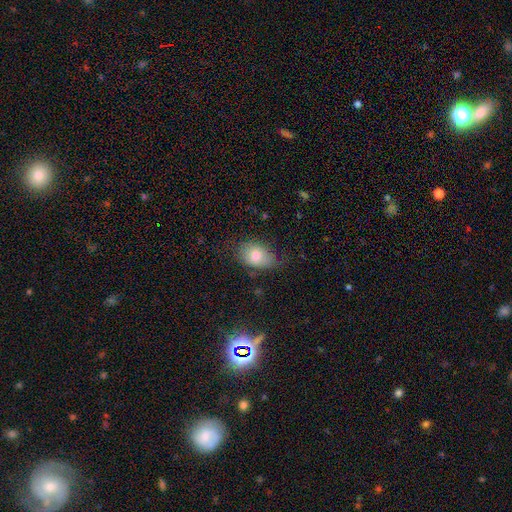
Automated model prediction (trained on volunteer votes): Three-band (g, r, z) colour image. It shows a smooth galaxy with no disk features (78%) that is in between round and cigar-shaped (76%). Merging: none (58%).